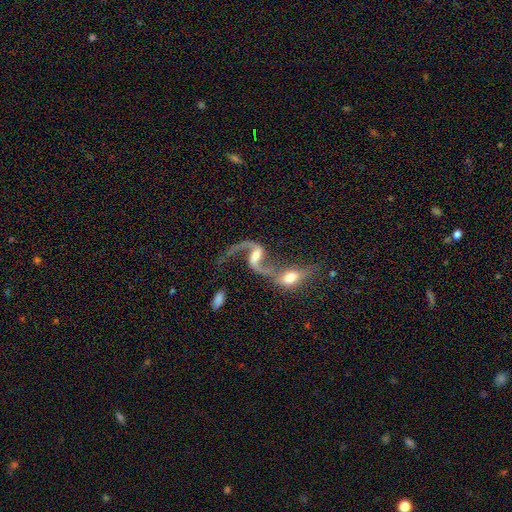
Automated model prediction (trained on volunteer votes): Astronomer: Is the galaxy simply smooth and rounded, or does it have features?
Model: featured or disk — 87%.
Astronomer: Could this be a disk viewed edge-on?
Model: no — 96%.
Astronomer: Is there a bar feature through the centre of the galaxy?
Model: weak — 44% (runner-up: strong, 30%).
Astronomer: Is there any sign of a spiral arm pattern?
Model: yes — 94%.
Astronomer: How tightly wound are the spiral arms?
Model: loose — 87%.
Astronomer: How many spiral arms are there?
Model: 2 — 89%.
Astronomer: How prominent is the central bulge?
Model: moderate — 50% (runner-up: small, 28%).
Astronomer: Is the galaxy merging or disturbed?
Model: merger — 56%.